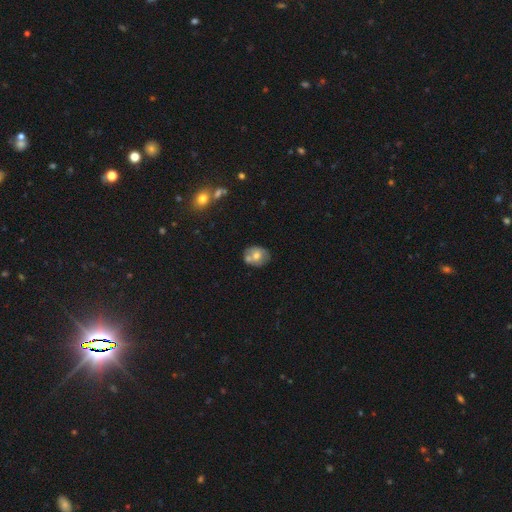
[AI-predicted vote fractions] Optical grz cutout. It shows a smooth galaxy with no disk features (60%) that is round (55%). Merging: none (53%).